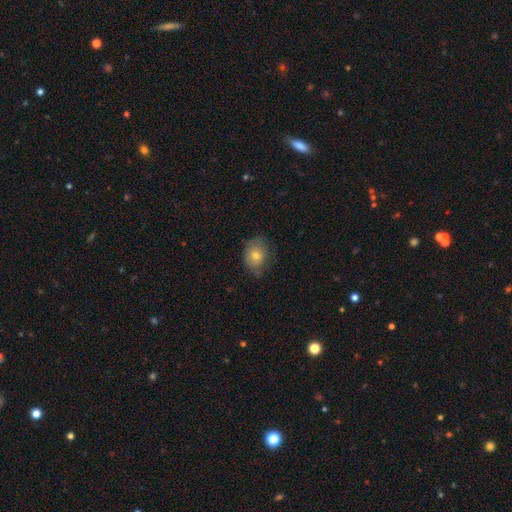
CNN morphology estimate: smooth-or-featured: smooth: 68% | featured or disk: 22% | star or artifact: 10%
  how-rounded: in between: 54% | round: 45% | cigar-shaped: 1%
  merging: none: 65% | minor disturbance: 27% | major disturbance: 8% | merger: 1%